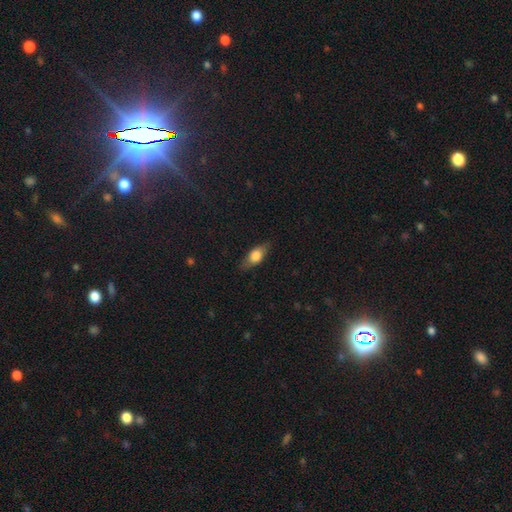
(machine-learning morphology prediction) Smooth or featured?
  - smooth: 68% *
  - featured or disk: 25%
  - star or artifact: 7%
How rounded?
  - in between: 76% *
  - cigar-shaped: 17%
  - round: 7%
Merging?
  - none: 80% *
  - minor disturbance: 15%
  - major disturbance: 4%
  - merger: 1%